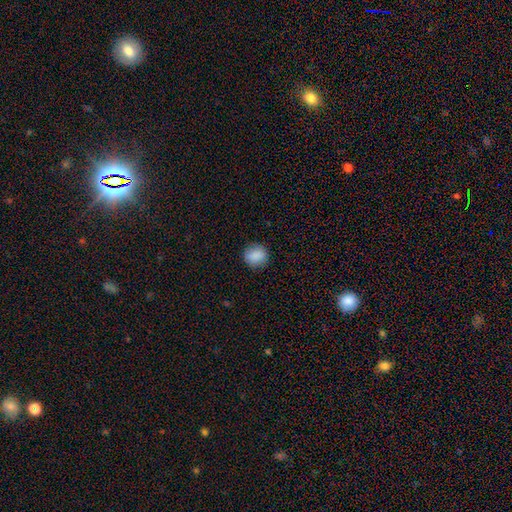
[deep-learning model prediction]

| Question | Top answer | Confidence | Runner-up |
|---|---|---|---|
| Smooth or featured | smooth | 88% | star or artifact (8%) |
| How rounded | round | 81% | in between (18%) |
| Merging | none | 87% | minor disturbance (9%) |